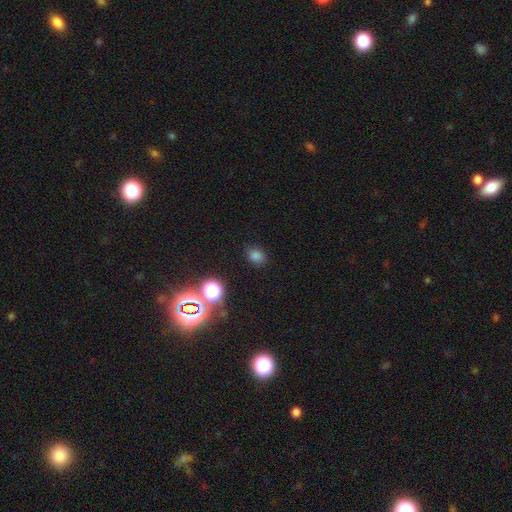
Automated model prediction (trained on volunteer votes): smooth-or-featured: smooth: 74% | star or artifact: 21% | featured or disk: 5%
  how-rounded: round: 52% | in between: 47% | cigar-shaped: 1%
  merging: none: 84% | minor disturbance: 10% | major disturbance: 3% | merger: 2%